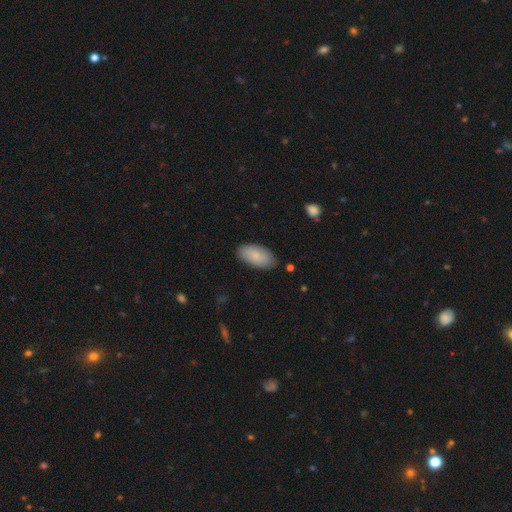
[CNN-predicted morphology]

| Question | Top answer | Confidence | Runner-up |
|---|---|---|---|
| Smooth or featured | smooth | 84% | featured or disk (10%) |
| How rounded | in between | 94% | cigar-shaped (4%) |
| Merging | none | 85% | minor disturbance (11%) |